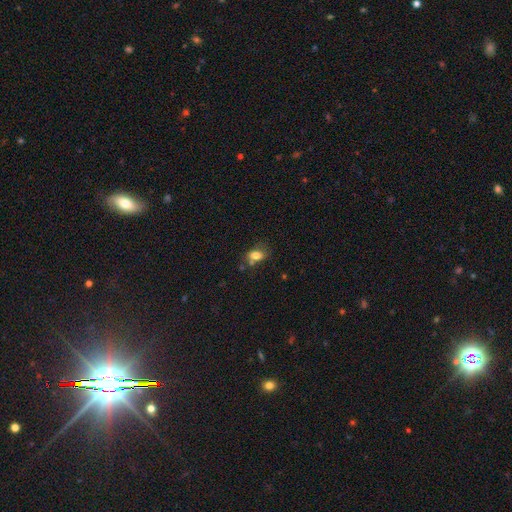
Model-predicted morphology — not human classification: This appears to be a smooth galaxy with no disk features (77%) that is in between round and cigar-shaped (78%). Merging: none (52%).